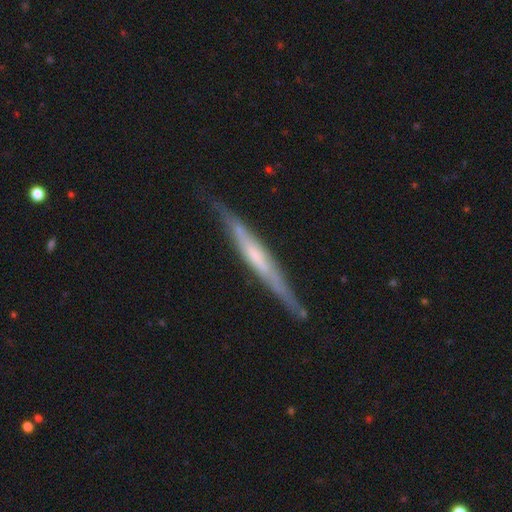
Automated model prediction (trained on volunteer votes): Smooth or featured: featured or disk — 67% (smooth — 27%)
Edge-on disk: yes — 94% (no — 6%)
Edge-on bulge: none — 55% (rounded — 25%)
Merging: none — 81% (minor disturbance — 15%)